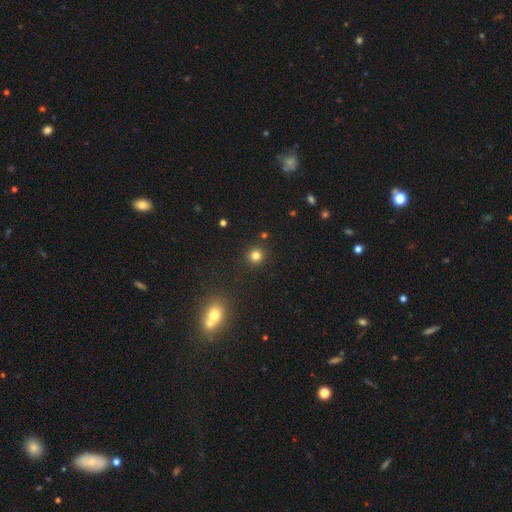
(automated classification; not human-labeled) smooth 80%, star or artifact 15%, featured or disk 5%. Down the decision tree: how rounded — round (93%); merging — none (90%).